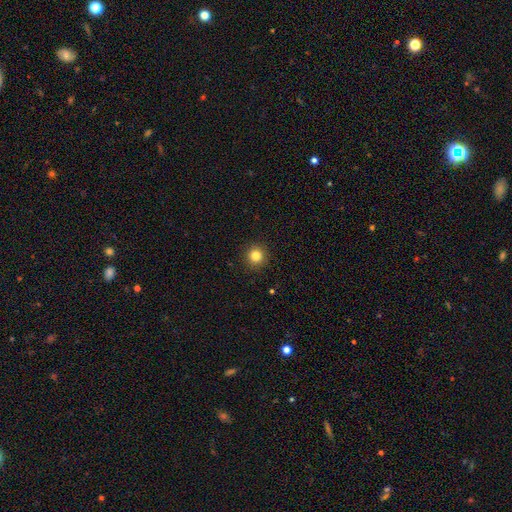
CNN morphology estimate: Smooth or featured: smooth — 83% (star or artifact — 12%)
How rounded: round — 94% (in between — 5%)
Merging: none — 92% (minor disturbance — 5%)